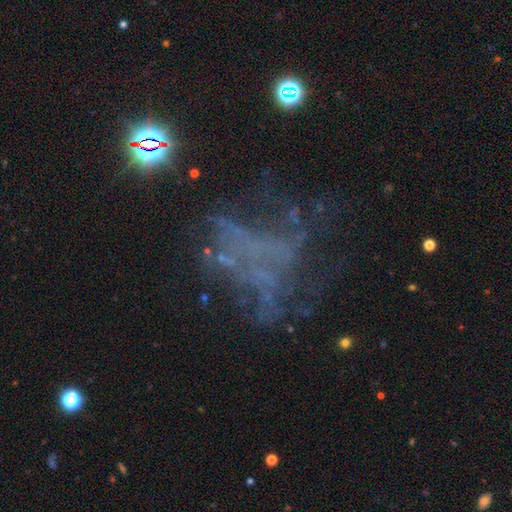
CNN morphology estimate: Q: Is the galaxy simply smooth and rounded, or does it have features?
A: featured or disk — 47%.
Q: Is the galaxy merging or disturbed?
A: none — 42%.